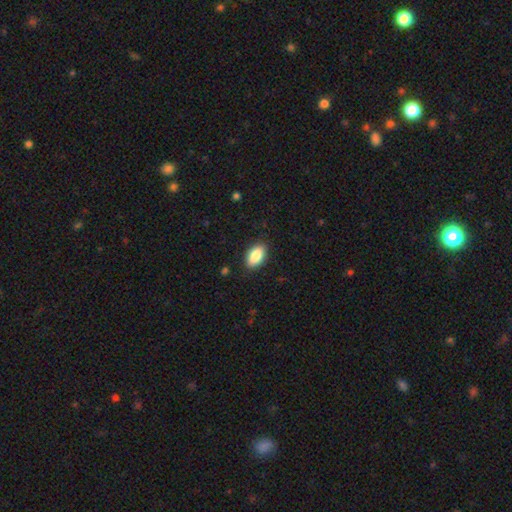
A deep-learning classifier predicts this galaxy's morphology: Q: Smooth or featured?
A: smooth (88%); runner-up: star or artifact (7%)
Q: How rounded?
A: in between (93%); runner-up: round (4%)
Q: Merging?
A: none (88%); runner-up: minor disturbance (9%)